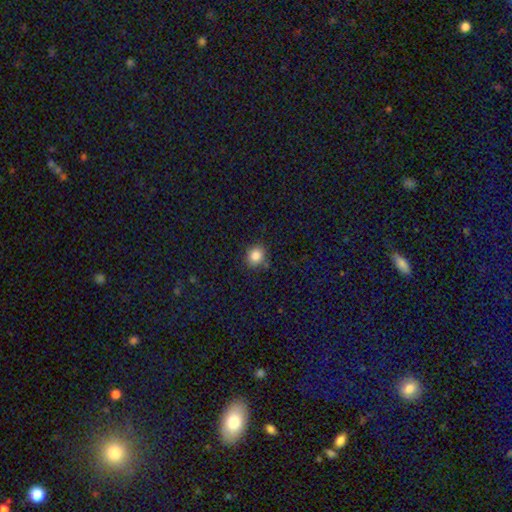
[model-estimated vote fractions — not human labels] This appears to be a smooth galaxy with no disk features (84%) that is round (78%). Merging: none (83%).